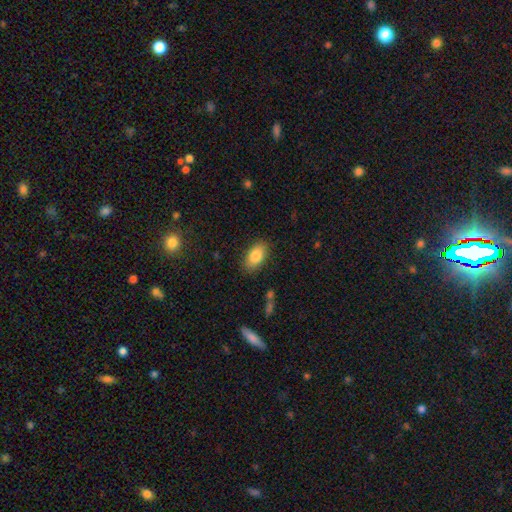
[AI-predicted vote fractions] Morphology: type=smooth (84%); roundness=in between (92%); merging=none (85%).